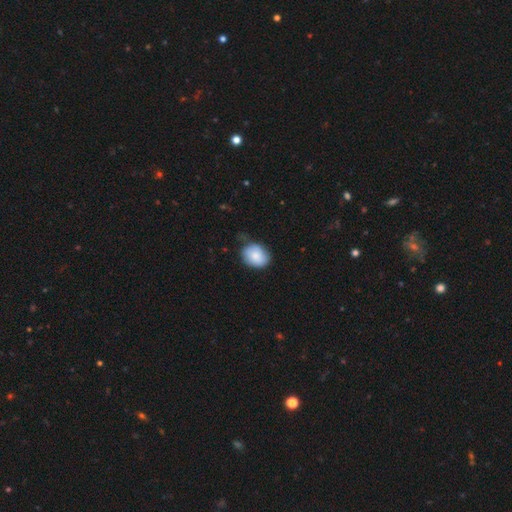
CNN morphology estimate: The model was most divided on "how rounded": in between: 55%, round: 44%, cigar-shaped: 1%. More confident: smooth or featured — smooth (84%); merging — none (68%).